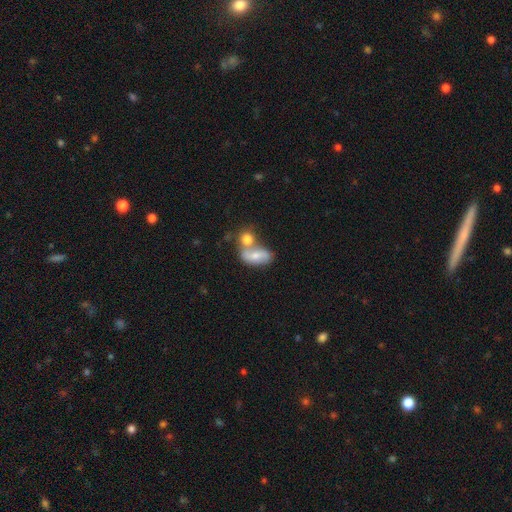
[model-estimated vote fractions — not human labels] smooth-or-featured: smooth: 59% | featured or disk: 32% | star or artifact: 8%
  how-rounded: in between: 83% | round: 12% | cigar-shaped: 5%
  merging: merger: 56% | none: 27% | minor disturbance: 11% | major disturbance: 6%